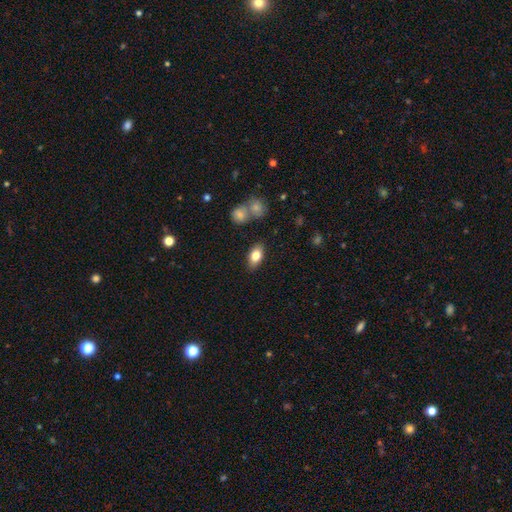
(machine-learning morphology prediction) Smooth or featured?
  - smooth: 79% *
  - featured or disk: 13%
  - star or artifact: 8%
How rounded?
  - in between: 89% *
  - round: 7%
  - cigar-shaped: 4%
Merging?
  - none: 83% *
  - minor disturbance: 10%
  - merger: 4%
  - major disturbance: 2%